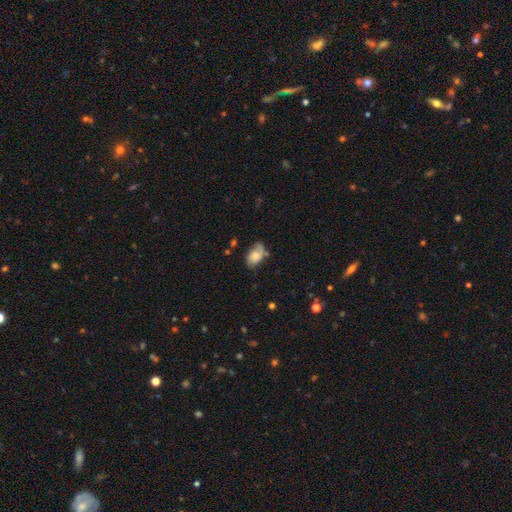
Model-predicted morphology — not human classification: Smooth or featured: smooth — 57% (featured or disk — 34%)
How rounded: in between — 88% (round — 11%)
Merging: none — 54% (minor disturbance — 31%)